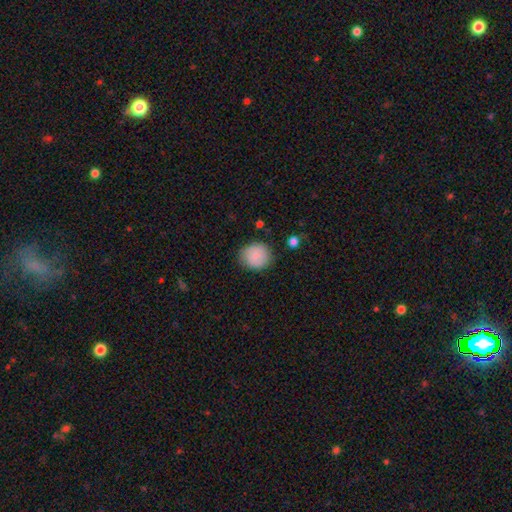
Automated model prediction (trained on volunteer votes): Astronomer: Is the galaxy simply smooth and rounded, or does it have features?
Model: smooth — 86%.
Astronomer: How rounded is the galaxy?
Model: round — 84%.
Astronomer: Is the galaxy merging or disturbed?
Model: none — 81%.